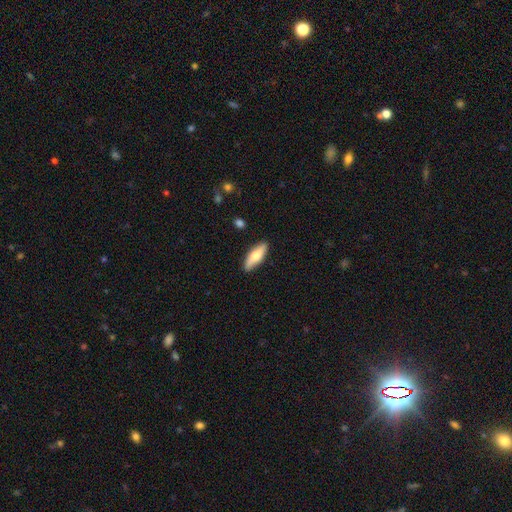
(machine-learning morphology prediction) Q: Smooth or featured?
A: smooth (62%); runner-up: featured or disk (32%)
Q: How rounded?
A: in between (58%); runner-up: cigar-shaped (39%)
Q: Merging?
A: none (87%); runner-up: minor disturbance (10%)